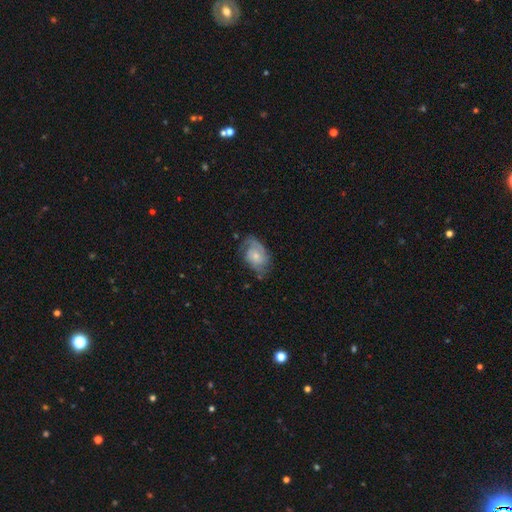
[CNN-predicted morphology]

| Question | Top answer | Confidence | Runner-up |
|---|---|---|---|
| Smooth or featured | featured or disk | 71% | smooth (23%) |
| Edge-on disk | no | 96% | yes (4%) |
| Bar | no | 70% | weak (26%) |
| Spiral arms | yes | 91% | no (9%) |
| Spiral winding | tight | 41% | tied: medium (41%) |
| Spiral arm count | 2 | 57% | can't tell (19%) |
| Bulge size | small | 51% | moderate (38%) |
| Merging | none | 62% | minor disturbance (24%) |